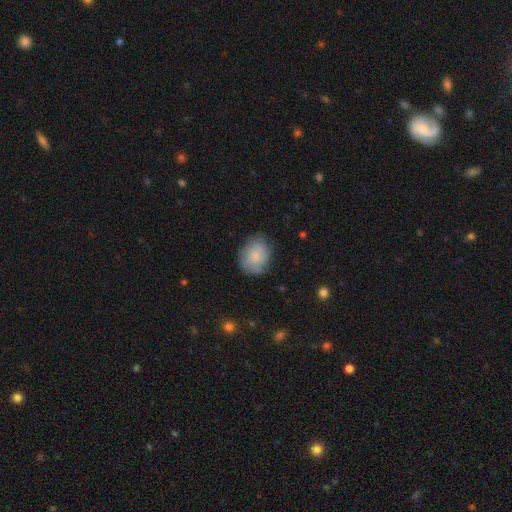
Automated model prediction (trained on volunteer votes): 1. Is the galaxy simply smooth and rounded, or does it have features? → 73% smooth, 20% featured or disk, 8% star or artifact.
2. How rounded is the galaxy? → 52% in between, 47% round, 1% cigar-shaped.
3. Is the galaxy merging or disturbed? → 70% none, 23% minor disturbance, 6% major disturbance, 1% merger.